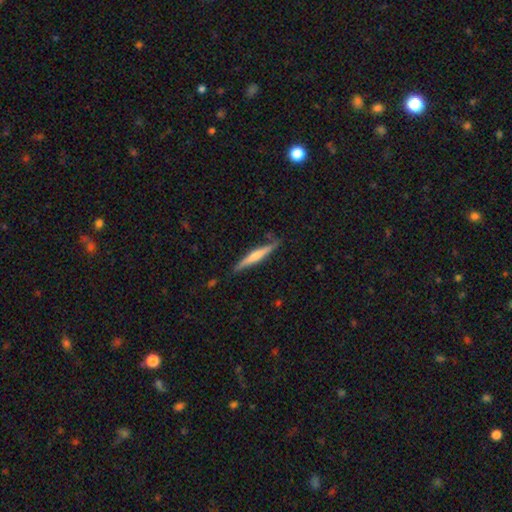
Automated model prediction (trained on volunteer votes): The model was most divided on "smooth or featured": featured or disk: 49%, smooth: 46%, star or artifact: 5%. More confident: merging — none (80%).